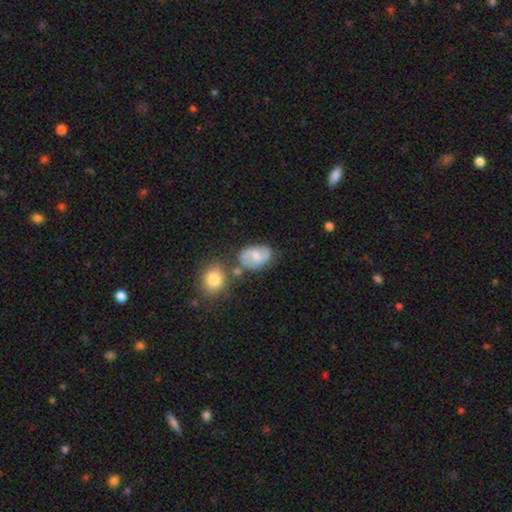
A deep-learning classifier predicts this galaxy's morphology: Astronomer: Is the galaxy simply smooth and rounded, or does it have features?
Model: featured or disk — 55% (runner-up: smooth, 37%).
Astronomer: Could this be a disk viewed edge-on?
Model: no — 97%.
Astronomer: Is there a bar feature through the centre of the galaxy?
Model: no — 47% (runner-up: weak, 44%).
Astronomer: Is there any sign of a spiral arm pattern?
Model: yes — 84%.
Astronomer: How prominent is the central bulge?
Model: moderate — 48% (runner-up: small, 41%).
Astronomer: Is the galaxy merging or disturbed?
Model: none — 63%.